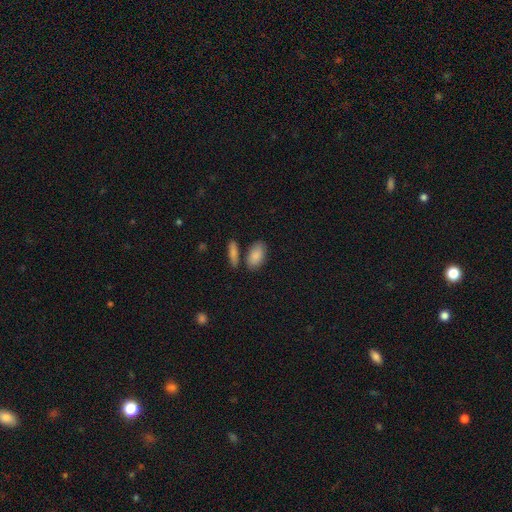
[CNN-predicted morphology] A smooth galaxy with no disk features (86%) that is in between round and cigar-shaped (91%).

Vote fractions:
- Smooth or featured? smooth: 86% / featured or disk: 8% / star or artifact: 6%
- How rounded? in between: 91% / cigar-shaped: 5% / round: 4%
- Merging? none: 69% / merger: 14% / minor disturbance: 14% / major disturbance: 4%